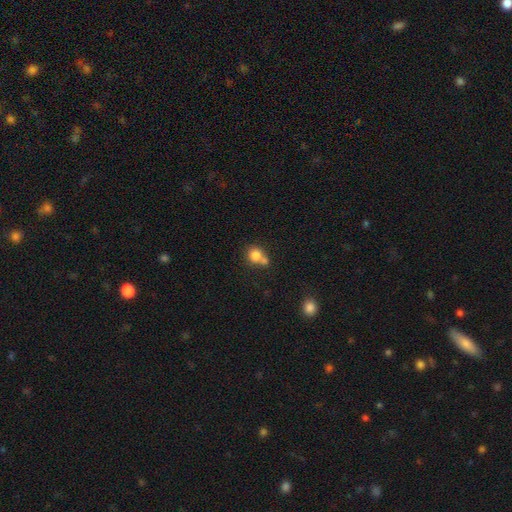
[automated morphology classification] A smooth galaxy with no disk features (80%) that is round (83%).

Vote fractions:
- Smooth or featured? smooth: 80% / star or artifact: 10% / featured or disk: 10%
- How rounded? round: 83% / in between: 16% / cigar-shaped: 1%
- Merging? merger: 45% / none: 43% / minor disturbance: 9% / major disturbance: 4%